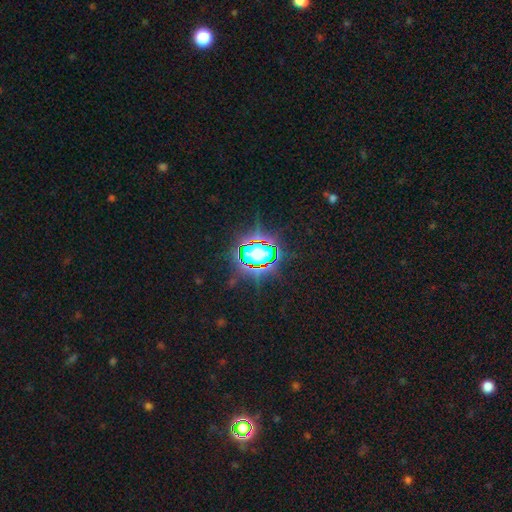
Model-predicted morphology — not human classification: Q: Smooth or featured?
A: star or artifact (80%); runner-up: smooth (12%)